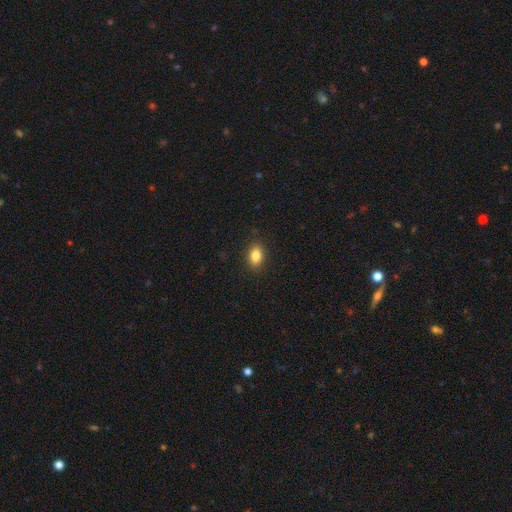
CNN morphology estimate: Smooth or featured? Predicted: smooth (p=0.85). How rounded? Predicted: in between (p=0.83). Merging? Predicted: none (p=0.88).